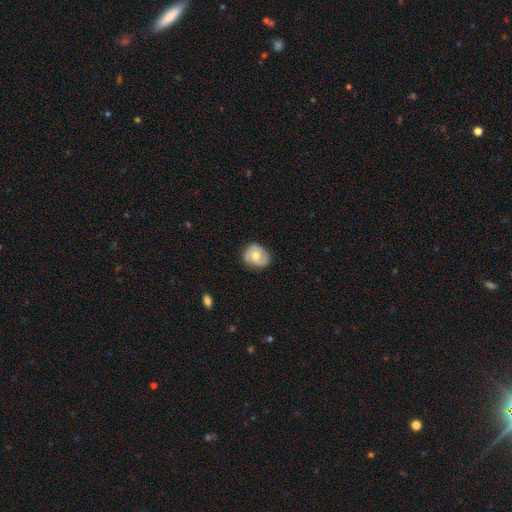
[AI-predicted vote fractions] A smooth galaxy with no disk features (50%) that is round (69%). Merging: none (75%).